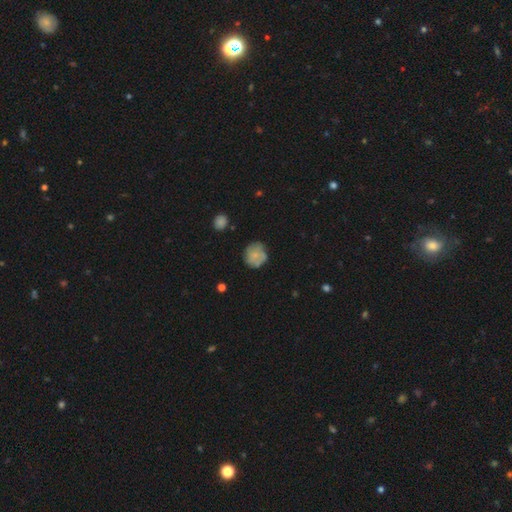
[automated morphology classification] Smooth or featured: smooth — 62% (featured or disk — 30%)
How rounded: round — 85% (in between — 14%)
Merging: none — 71% (minor disturbance — 21%)